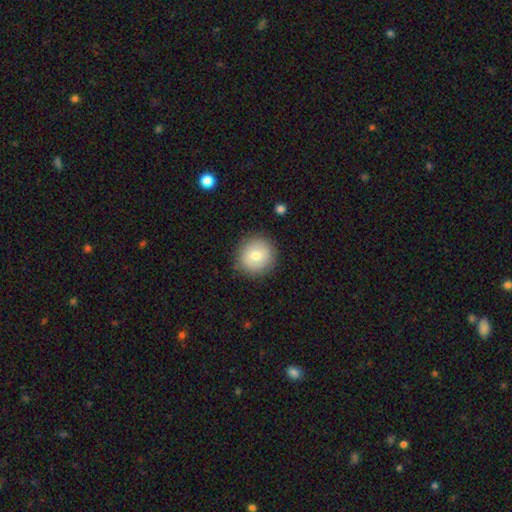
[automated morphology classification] Smooth or featured? Predicted: smooth (p=0.77). How rounded? Predicted: round (p=0.92). Merging? Predicted: none (p=0.88).